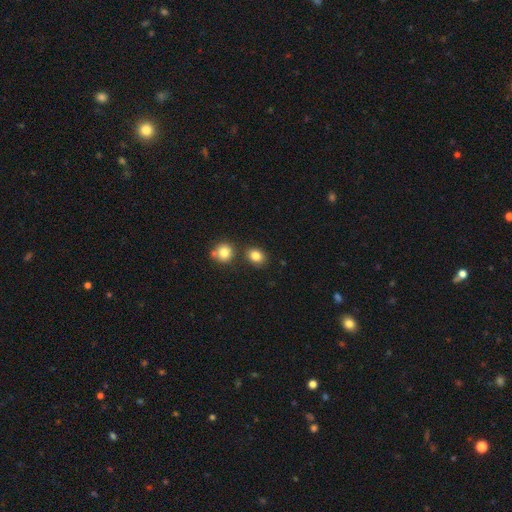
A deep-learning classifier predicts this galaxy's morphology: This appears to be a smooth galaxy with no disk features (83%) that is round (51%). Merging: none (75%).